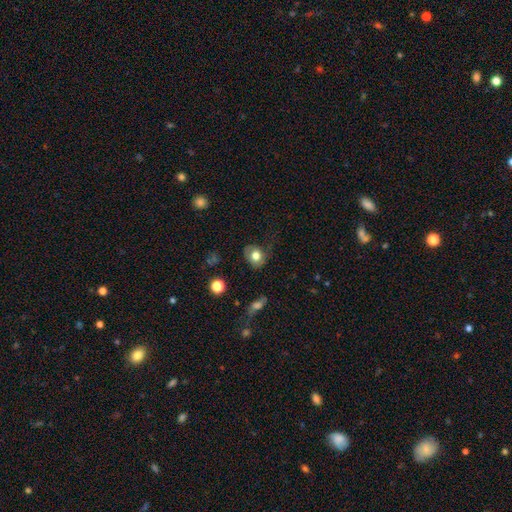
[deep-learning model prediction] A smooth galaxy with no disk features (72%) that is round (55%). Merging: none (57%).